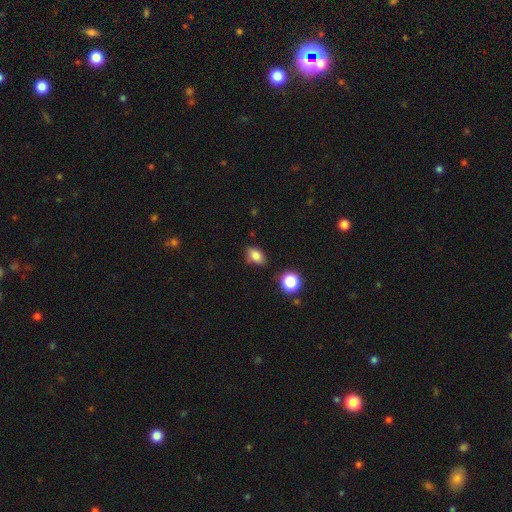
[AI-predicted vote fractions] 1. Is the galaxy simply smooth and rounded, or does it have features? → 83% smooth, 10% star or artifact, 7% featured or disk.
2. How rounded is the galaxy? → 81% in between, 17% round, 2% cigar-shaped.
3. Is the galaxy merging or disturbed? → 77% none, 17% minor disturbance, 3% major disturbance, 3% merger.